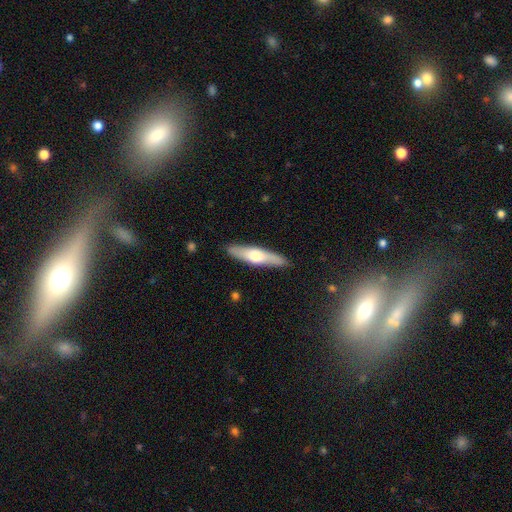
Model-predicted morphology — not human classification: Smooth or featured? smooth (51%)
How rounded? cigar-shaped (79%)
Merging? none (88%)